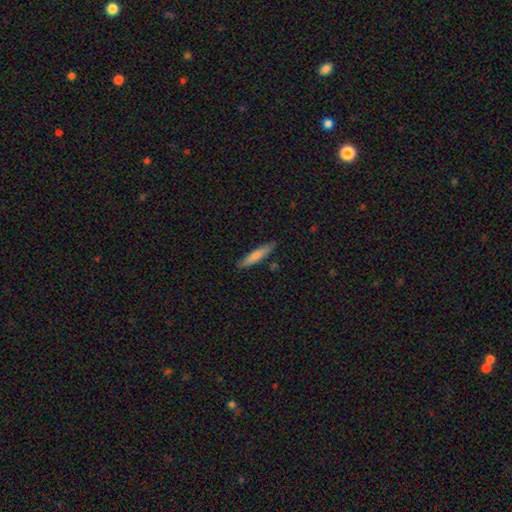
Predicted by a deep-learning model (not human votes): Overall: smooth (75%). How rounded: cigar-shaped (88%). Merging: none (85%).